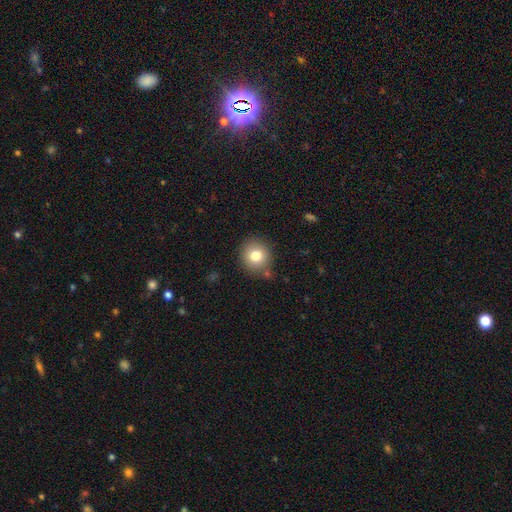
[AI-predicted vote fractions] Smooth or featured?
  - smooth: 79% *
  - star or artifact: 11%
  - featured or disk: 10%
How rounded?
  - round: 87% *
  - in between: 12%
  - cigar-shaped: 1%
Merging?
  - none: 84% *
  - minor disturbance: 10%
  - merger: 3%
  - major disturbance: 3%